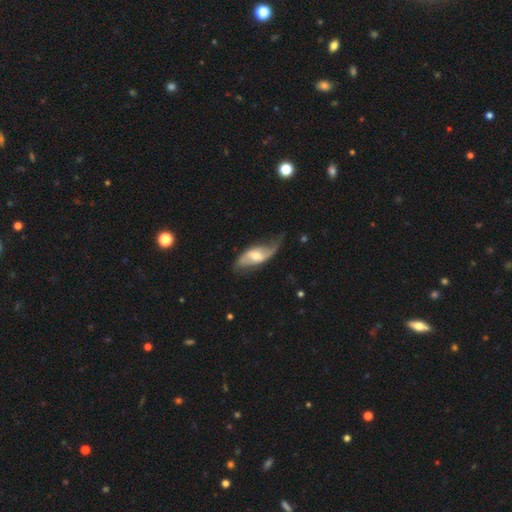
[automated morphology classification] A featured or disk galaxy (69%) with a weak bar (47%), 2 (82%) loose (74%) spiral arms (86%) and a moderate central bulge (57%). Merging: none (50%).